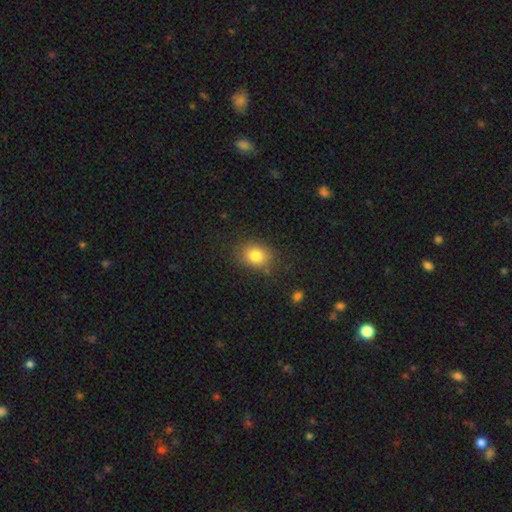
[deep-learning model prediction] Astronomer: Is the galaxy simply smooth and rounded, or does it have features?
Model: smooth — 81%.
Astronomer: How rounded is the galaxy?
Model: in between — 52% (runner-up: round, 47%).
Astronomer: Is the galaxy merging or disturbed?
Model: none — 78%.